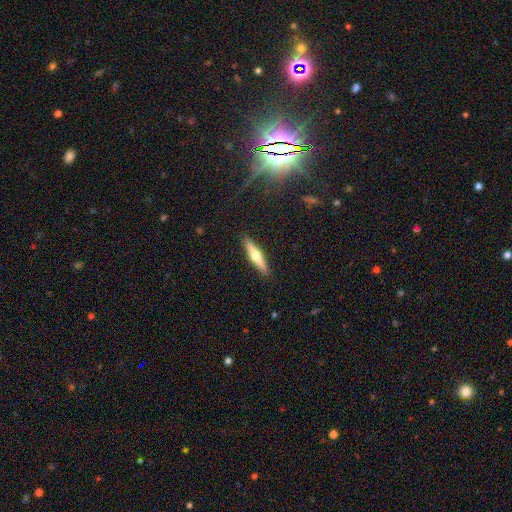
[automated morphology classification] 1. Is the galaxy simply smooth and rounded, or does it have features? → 55% featured or disk, 39% smooth, 6% star or artifact.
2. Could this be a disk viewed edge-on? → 95% yes, 5% no.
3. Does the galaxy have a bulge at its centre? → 91% rounded, 5% none, 4% boxy.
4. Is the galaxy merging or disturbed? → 90% none, 7% minor disturbance, 2% major disturbance, 1% merger.